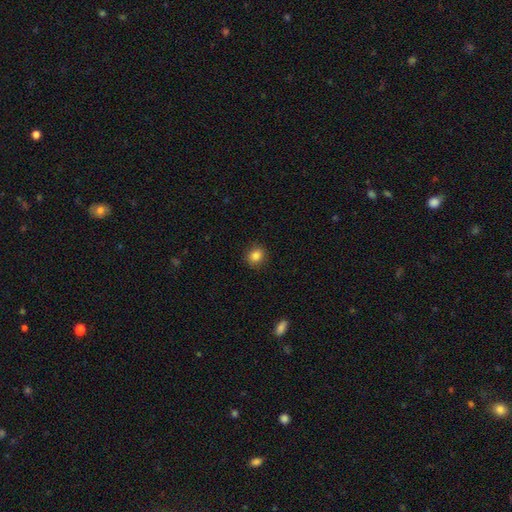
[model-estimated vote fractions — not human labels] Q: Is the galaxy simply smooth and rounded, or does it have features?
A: smooth — 85%.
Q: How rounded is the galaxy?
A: round — 79%.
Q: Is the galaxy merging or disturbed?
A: none — 89%.